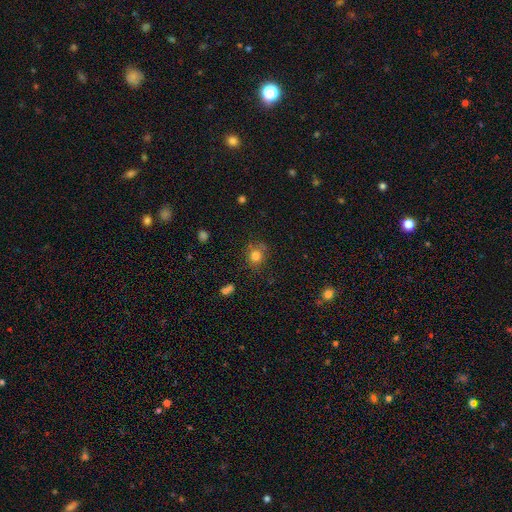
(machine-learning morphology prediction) This appears to be a smooth galaxy with no disk features (79%) that is round (82%). Merging: none (74%).